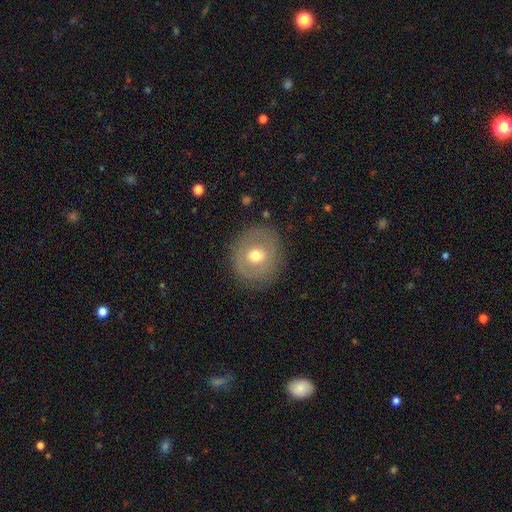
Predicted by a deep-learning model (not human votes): Smooth or featured: smooth — 52% (featured or disk — 40%)
How rounded: round — 80% (in between — 19%)
Merging: none — 81% (minor disturbance — 12%)